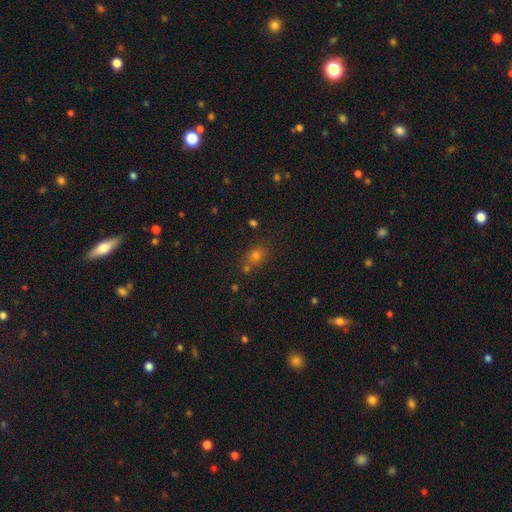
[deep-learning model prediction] smooth_or_featured: smooth (p=0.65) [alt: star or artifact p=0.26]
how_rounded: round (p=0.57) [alt: in between p=0.41]
merging: none (p=0.73) [alt: minor disturbance p=0.12]